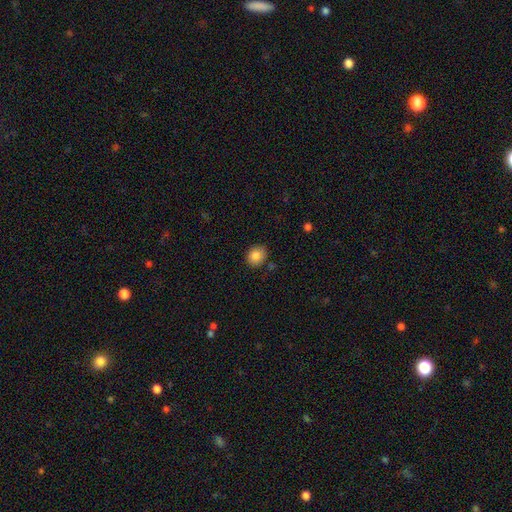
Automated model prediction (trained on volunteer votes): A smooth galaxy with no disk features (85%) that is round (60%). Merging: none (83%).